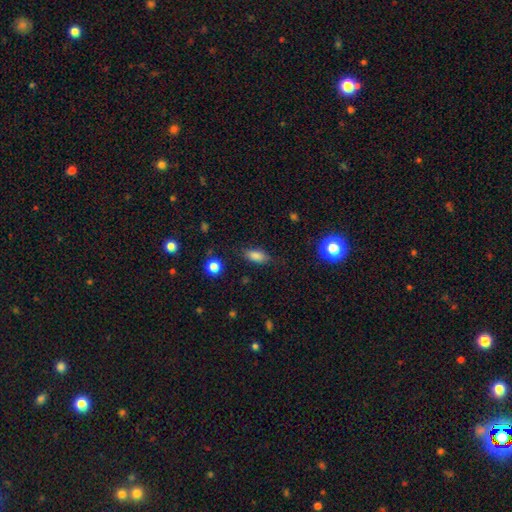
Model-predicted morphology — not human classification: A smooth galaxy with no disk features (83%) that is in between round and cigar-shaped (84%). Merging: none (79%).